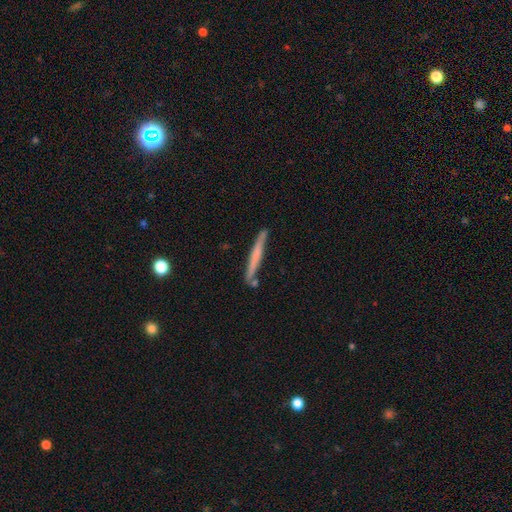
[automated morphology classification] Q: Smooth or featured?
A: smooth (52%); runner-up: featured or disk (42%)
Q: How rounded?
A: cigar-shaped (96%); runner-up: in between (2%)
Q: Merging?
A: none (82%); runner-up: minor disturbance (11%)